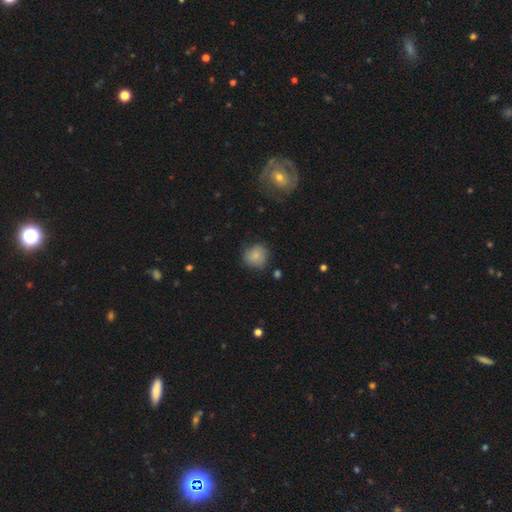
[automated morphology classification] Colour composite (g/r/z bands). It shows a smooth galaxy with no disk features (82%) that is round (83%). Merging: none (70%).